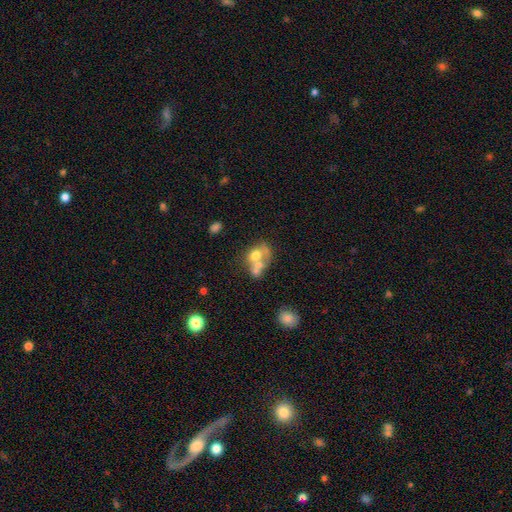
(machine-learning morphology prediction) Smooth or featured? smooth (55%)
How rounded? round (51%)
Merging? merger (63%)